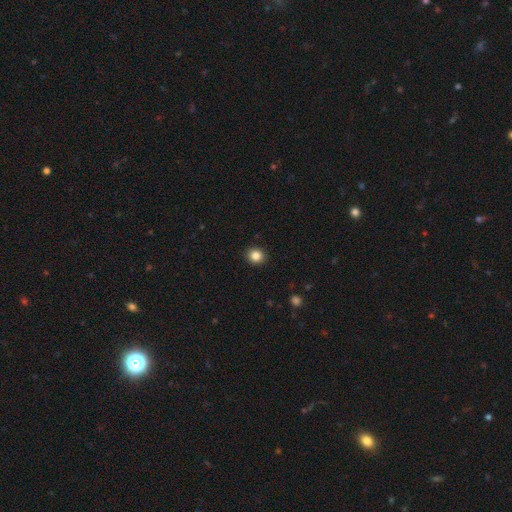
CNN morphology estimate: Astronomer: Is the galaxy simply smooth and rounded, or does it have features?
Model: smooth — 85%.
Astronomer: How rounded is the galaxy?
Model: round — 85%.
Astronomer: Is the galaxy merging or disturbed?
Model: none — 92%.